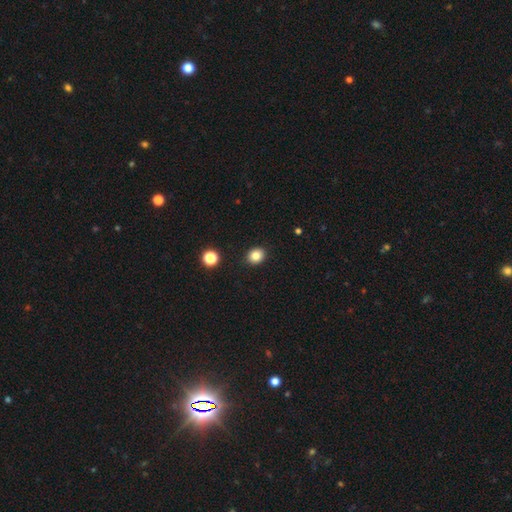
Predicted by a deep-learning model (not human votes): This is clearly a smooth galaxy (83%). How rounded: likely round (68%). Merging: clearly none (91%).